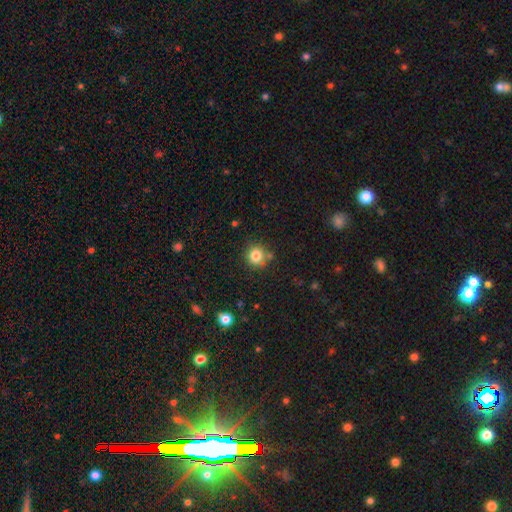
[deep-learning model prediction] smooth-or-featured: smooth: 82% | star or artifact: 12% | featured or disk: 6%
  how-rounded: round: 91% | in between: 8% | cigar-shaped: 1%
  merging: none: 79% | minor disturbance: 11% | merger: 7% | major disturbance: 3%